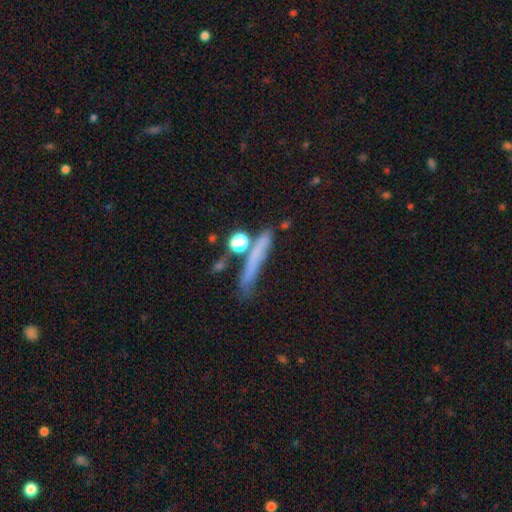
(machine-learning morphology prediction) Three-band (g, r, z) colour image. It shows a smooth galaxy with no disk features (58%) that is cigar-shaped (75%). Merging: none (65%).